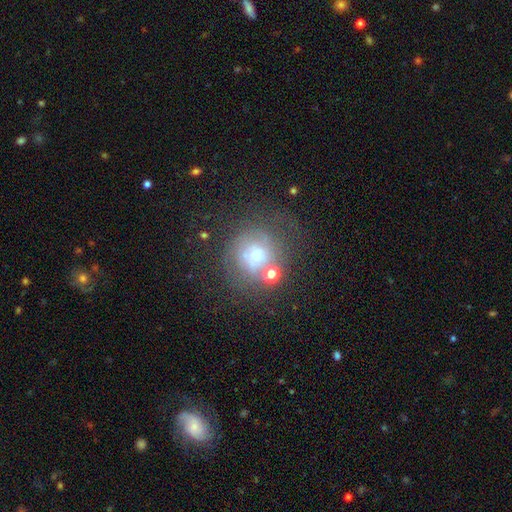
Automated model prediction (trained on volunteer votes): smooth_or_featured: smooth (p=0.43) [alt: featured or disk p=0.40]
merging: none (p=0.50) [alt: minor disturbance p=0.19]